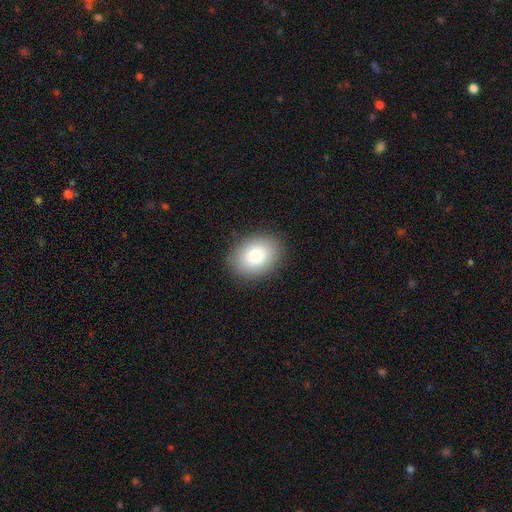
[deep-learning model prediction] smooth_or_featured: smooth (p=0.81) [alt: featured or disk p=0.10]
how_rounded: in between (p=0.62) [alt: round p=0.37]
merging: none (p=0.89) [alt: minor disturbance p=0.08]